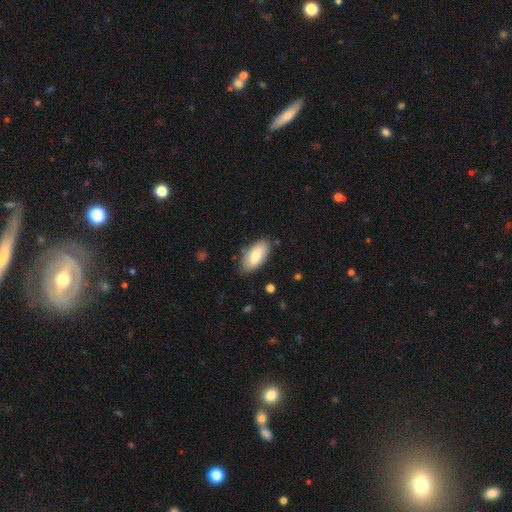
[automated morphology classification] Overall: smooth (80%). How rounded: in between (93%). Merging: none (83%).